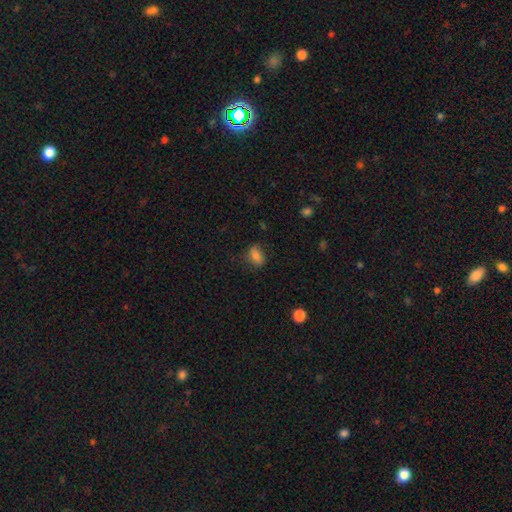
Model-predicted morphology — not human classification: smooth 79%, featured or disk 11%, star or artifact 10%. Down the decision tree: how rounded — in between (79%); merging — none (67%).